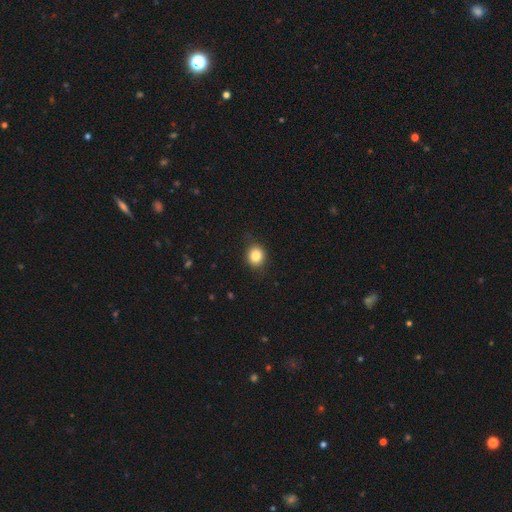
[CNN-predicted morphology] smooth 84%, star or artifact 10%, featured or disk 6%. Down the decision tree: how rounded — round (72%); merging — none (84%).